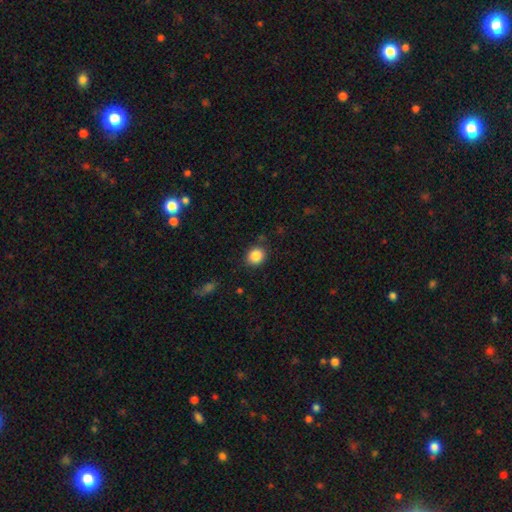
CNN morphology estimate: smooth_or_featured: smooth (p=0.86) [alt: star or artifact p=0.10]
how_rounded: round (p=0.79) [alt: in between p=0.20]
merging: none (p=0.85) [alt: minor disturbance p=0.10]